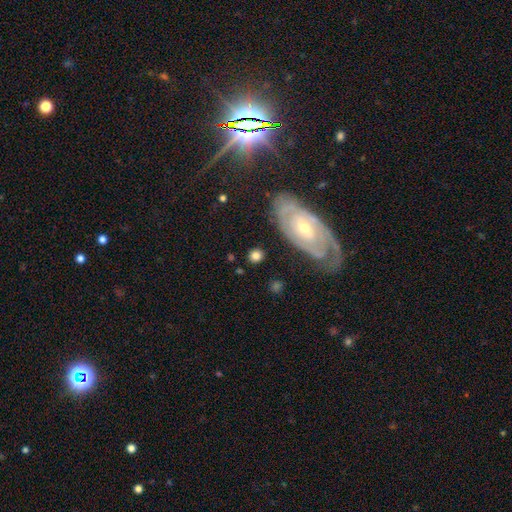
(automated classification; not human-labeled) A smooth galaxy with no disk features (71%) that is round (67%). Merging: none (80%).